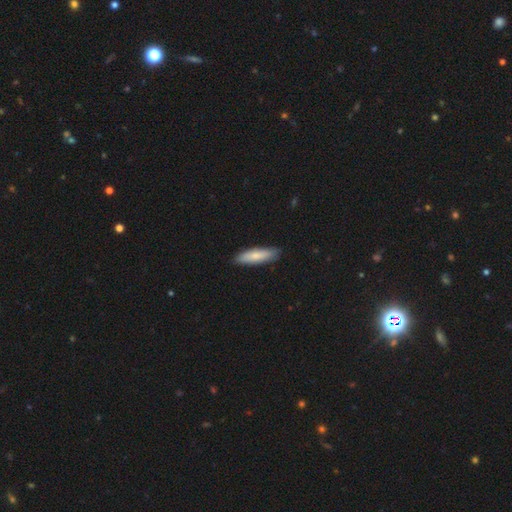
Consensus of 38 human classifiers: smooth-or-featured: smooth: 82% | featured or disk: 16% | star or artifact: 3%
  how-rounded: cigar-shaped: 52% | in between: 48% | round: 0%
  merging: none: 84% | minor disturbance: 14% | major disturbance: 3% | merger: 0%